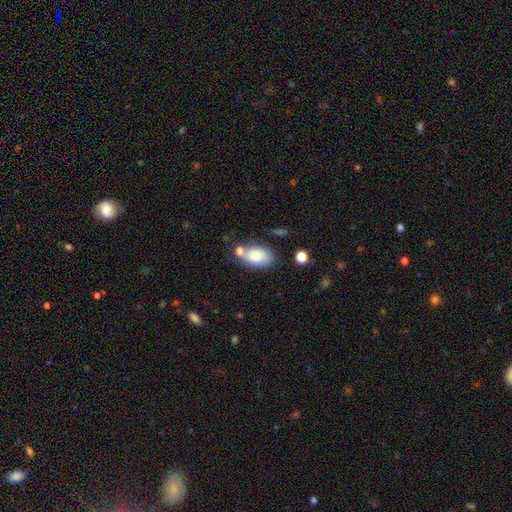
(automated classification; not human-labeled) Overall: smooth (81%). How rounded: in between (90%). Merging: none (54%; merger 20%).